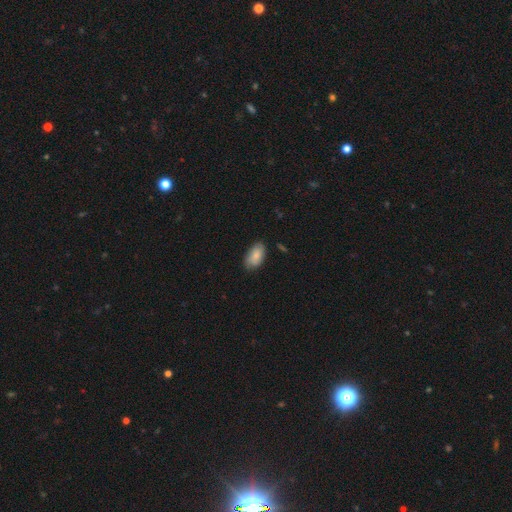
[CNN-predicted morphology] This is clearly a smooth galaxy (83%). How rounded: clearly in between (94%). Merging: likely none (77%).